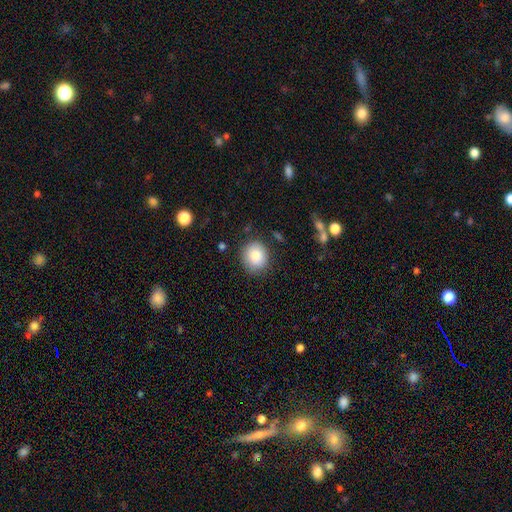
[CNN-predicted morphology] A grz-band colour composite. It shows a smooth galaxy with no disk features (85%) that is round (77%). Merging: none (84%).